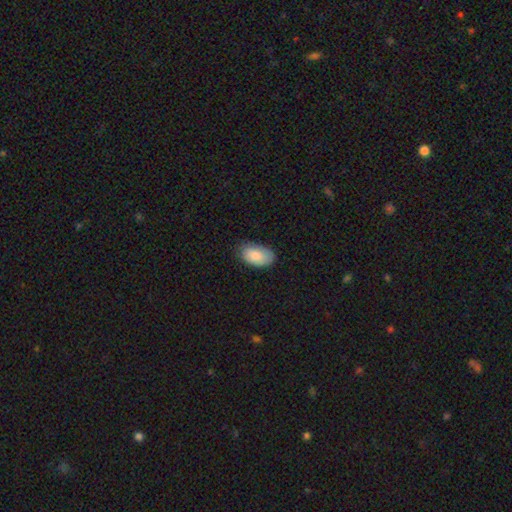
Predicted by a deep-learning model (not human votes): smooth-or-featured: smooth: 84% | featured or disk: 9% | star or artifact: 6%
  how-rounded: in between: 94% | round: 5% | cigar-shaped: 1%
  merging: none: 74% | minor disturbance: 22% | major disturbance: 4% | merger: 1%